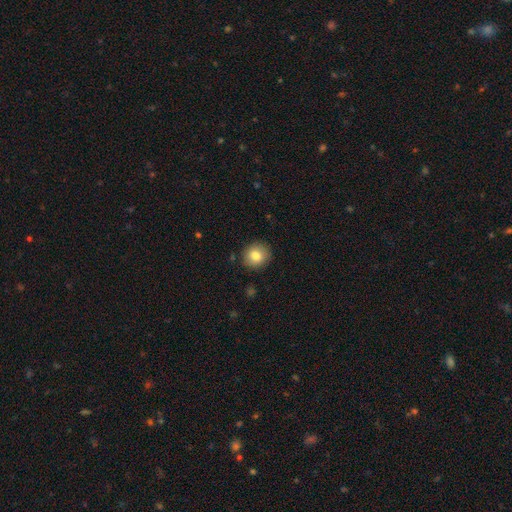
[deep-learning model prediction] This is clearly a smooth galaxy (81%). How rounded: clearly round (84%). Merging: clearly none (89%).